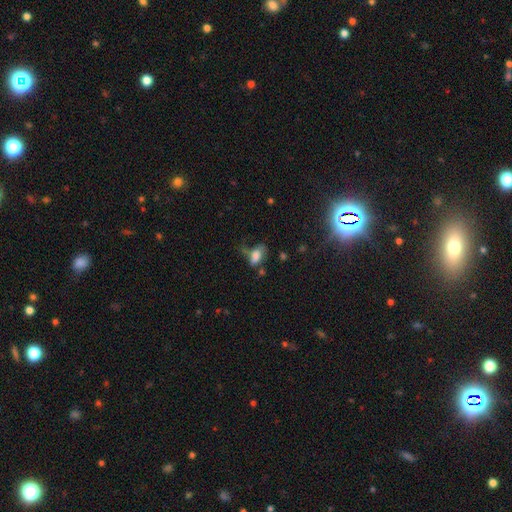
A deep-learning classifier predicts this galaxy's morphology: This is likely a smooth galaxy (69%). How rounded: clearly in between (87%). Merging: marginally none (32%).